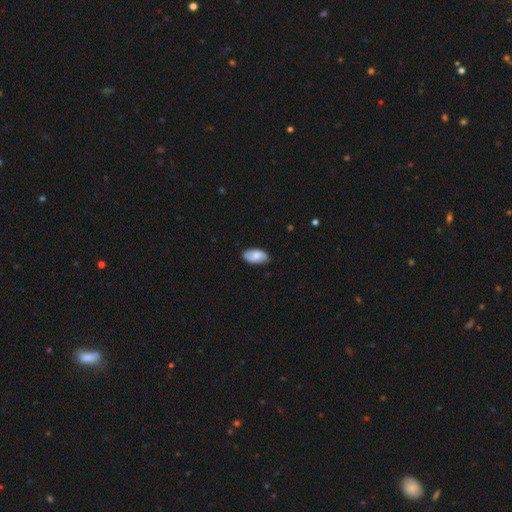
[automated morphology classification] Smooth or featured? Predicted: smooth (p=0.72). How rounded? Predicted: in between (p=0.95). Merging? Predicted: none (p=0.83).